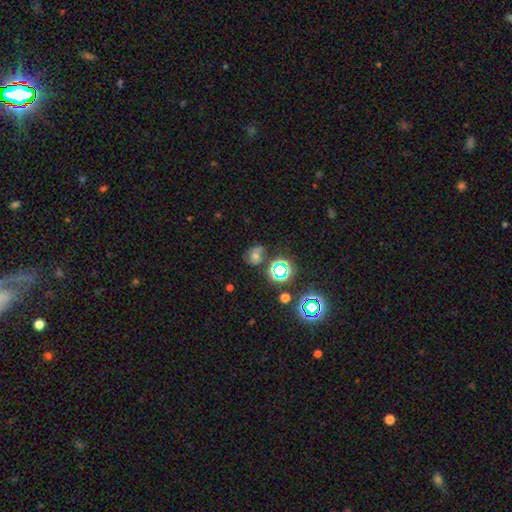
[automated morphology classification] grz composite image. It shows a star or artifact, not a galaxy (42%).